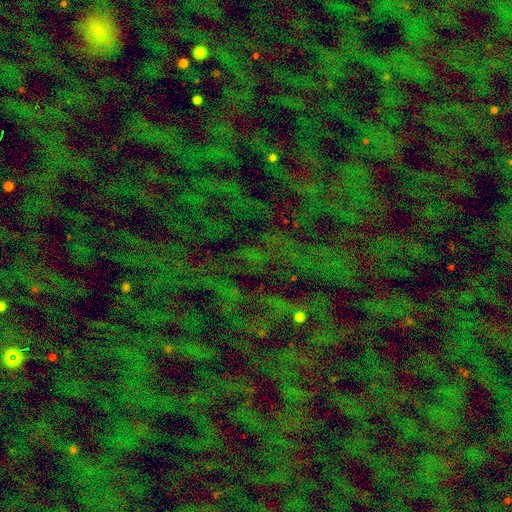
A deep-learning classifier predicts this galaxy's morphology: A star or artifact, not a galaxy (74%).

Vote fractions:
- Smooth or featured? star or artifact: 74% / smooth: 16% / featured or disk: 10%